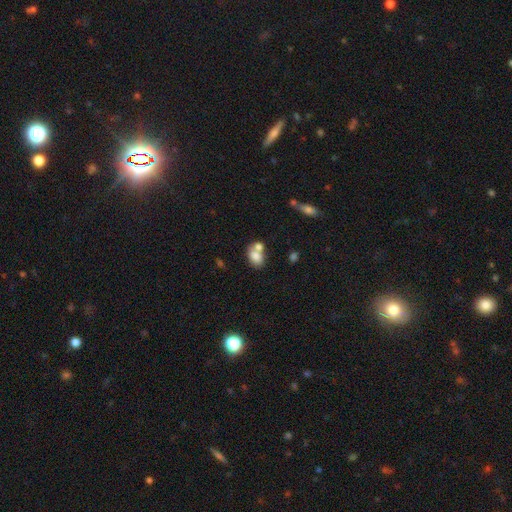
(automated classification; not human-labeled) A smooth galaxy with no disk features (77%) that is in between round and cigar-shaped (77%).

Vote fractions:
- Smooth or featured? smooth: 77% / featured or disk: 14% / star or artifact: 9%
- How rounded? in between: 77% / round: 21% / cigar-shaped: 1%
- Merging? merger: 44% / none: 39% / minor disturbance: 12% / major disturbance: 5%